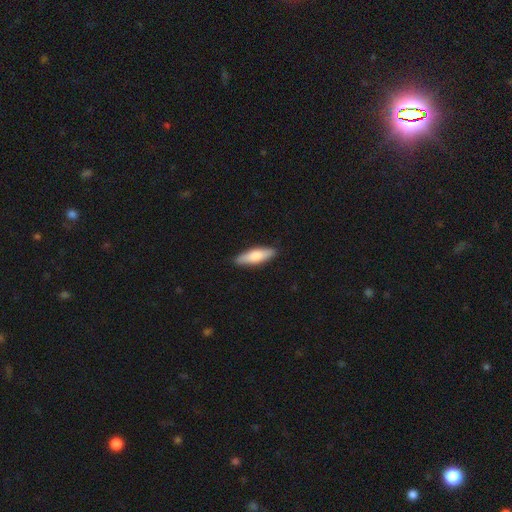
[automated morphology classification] Smooth or featured? Predicted: smooth (p=0.74). How rounded? Predicted: cigar-shaped (p=0.55). Merging? Predicted: none (p=0.89).